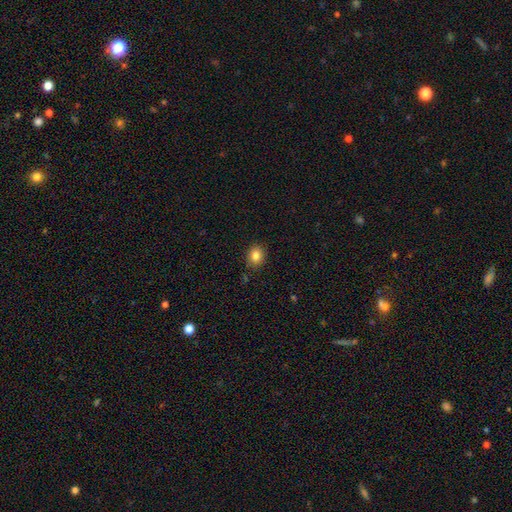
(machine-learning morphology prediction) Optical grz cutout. It shows a smooth galaxy with no disk features (83%) that is round (63%). Merging: none (87%).